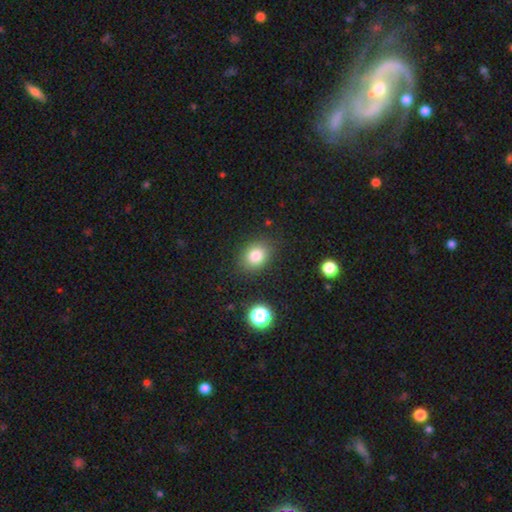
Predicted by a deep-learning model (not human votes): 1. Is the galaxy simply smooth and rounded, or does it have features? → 82% smooth, 12% star or artifact, 7% featured or disk.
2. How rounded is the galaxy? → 52% round, 47% in between, 1% cigar-shaped.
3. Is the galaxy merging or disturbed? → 84% none, 10% minor disturbance, 3% major disturbance, 2% merger.